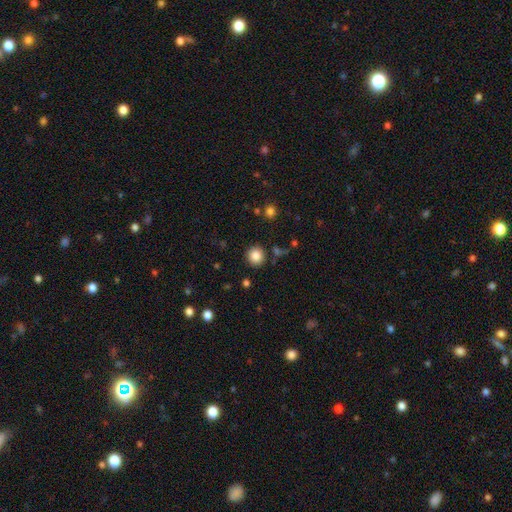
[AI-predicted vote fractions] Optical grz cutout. It shows a smooth galaxy with no disk features (85%) that is round (93%). Merging: none (89%).